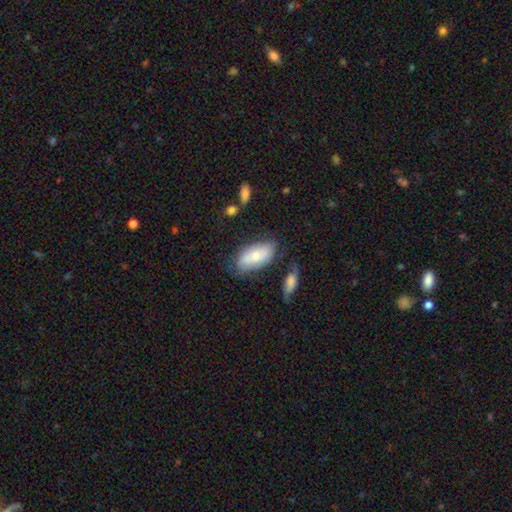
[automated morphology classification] smooth 67%, featured or disk 27%, star or artifact 7%. Down the decision tree: how rounded — in between (90%); merging — none (58%).